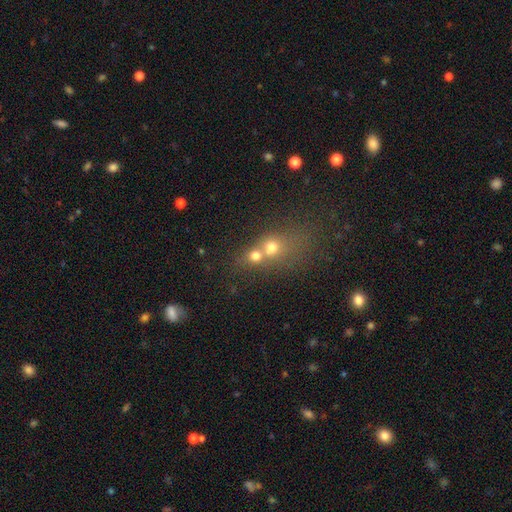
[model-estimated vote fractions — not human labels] smooth_or_featured: smooth (p=0.66) [alt: featured or disk p=0.18]
how_rounded: round (p=0.72) [alt: in between p=0.26]
merging: merger (p=0.63) [alt: none p=0.27]